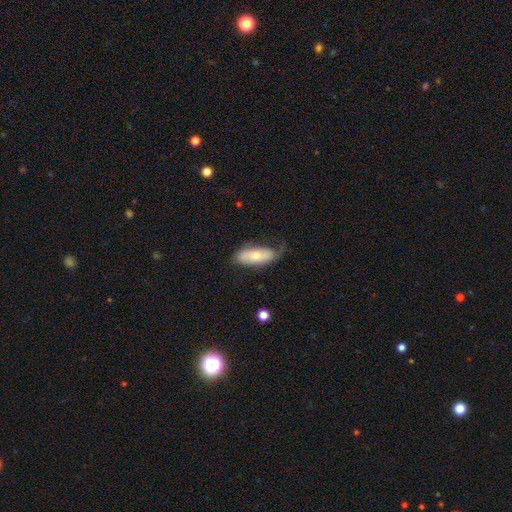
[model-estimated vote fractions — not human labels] A smooth galaxy with no disk features (65%) that is in between round and cigar-shaped (79%). Merging: none (55%).